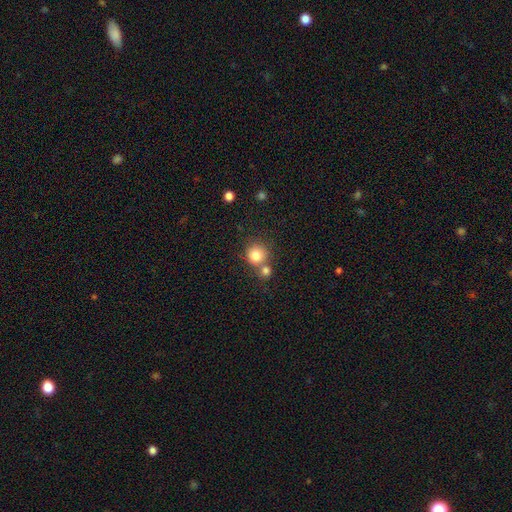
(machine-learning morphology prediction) A smooth galaxy with no disk features (82%) that is round (90%). Merging: none (56%).